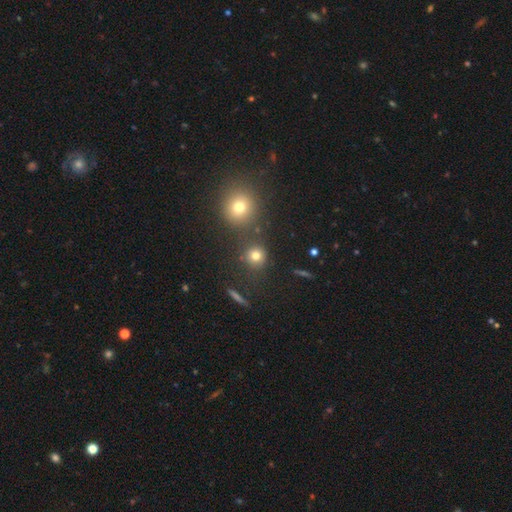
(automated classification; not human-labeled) smooth_or_featured: smooth (p=0.74) [alt: star or artifact p=0.18]
how_rounded: round (p=0.91) [alt: in between p=0.08]
merging: none (p=0.80) [alt: merger p=0.09]